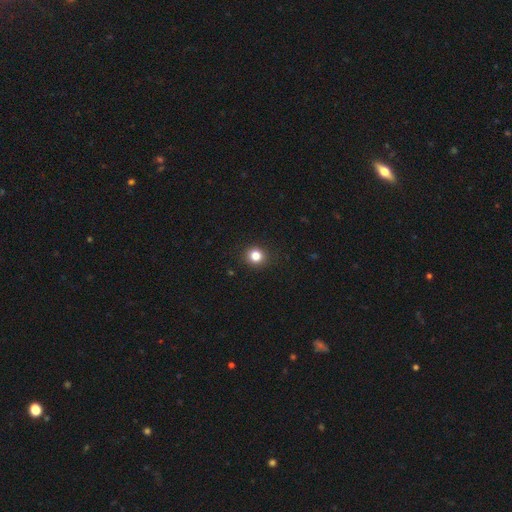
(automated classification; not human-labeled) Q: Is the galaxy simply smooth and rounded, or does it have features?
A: smooth — 83%.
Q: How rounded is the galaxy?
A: round — 89%.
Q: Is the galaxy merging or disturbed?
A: none — 91%.